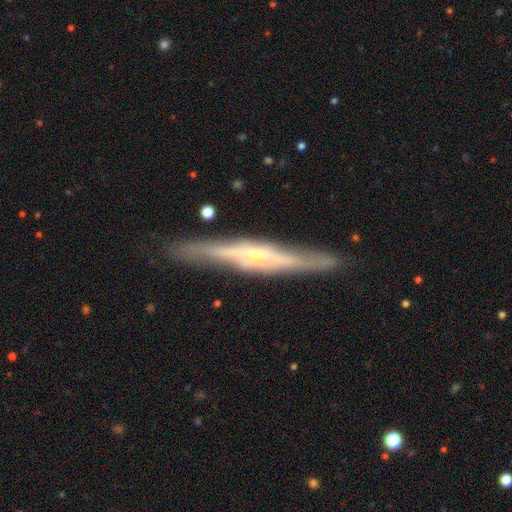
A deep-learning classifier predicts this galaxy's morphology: smooth_or_featured: featured or disk (p=0.80) [alt: smooth p=0.14]
disk_edge_on: yes (p=0.94) [alt: no p=0.06]
edge_on_bulge: rounded (p=0.68) [alt: boxy p=0.17]
merging: none (p=0.87) [alt: minor disturbance p=0.10]